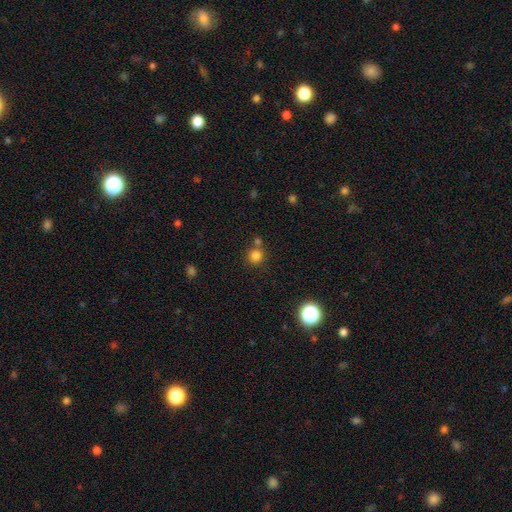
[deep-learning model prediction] smooth-or-featured: smooth: 81% | star or artifact: 14% | featured or disk: 5%
  how-rounded: round: 92% | in between: 7% | cigar-shaped: 1%
  merging: none: 69% | merger: 20% | minor disturbance: 8% | major disturbance: 3%